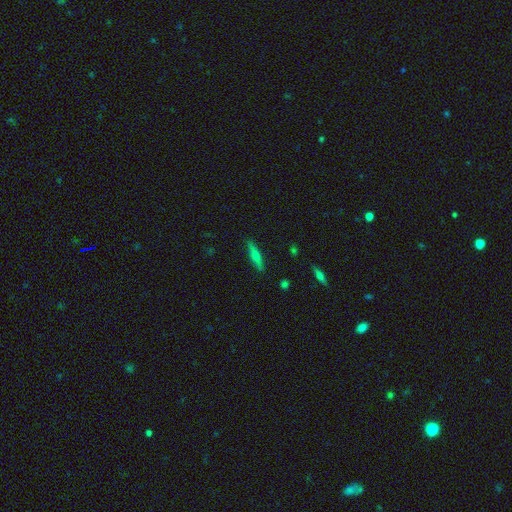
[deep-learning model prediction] Smooth or featured?
  - smooth: 56% *
  - featured or disk: 36%
  - star or artifact: 7%
How rounded?
  - cigar-shaped: 84% *
  - in between: 14%
  - round: 2%
Merging?
  - none: 88% *
  - minor disturbance: 9%
  - major disturbance: 2%
  - merger: 1%